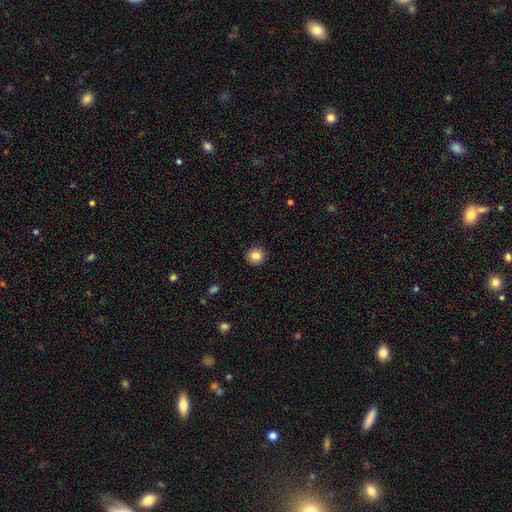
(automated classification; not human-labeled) A smooth galaxy with no disk features (85%) that is round (94%). Merging: none (92%).